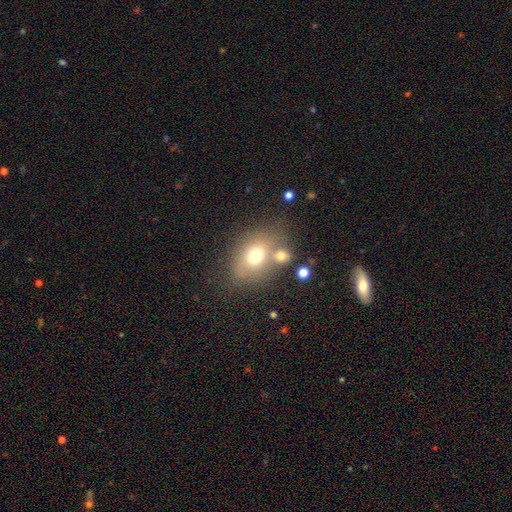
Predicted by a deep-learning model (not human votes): Overall: smooth (69%). How rounded: in between (62%; round 37%). Merging: none (54%; merger 24%).